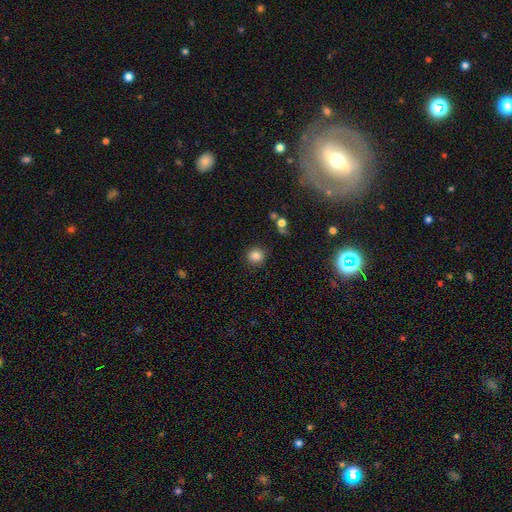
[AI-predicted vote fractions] This is clearly a smooth galaxy (84%). How rounded: clearly round (91%). Merging: clearly none (88%).